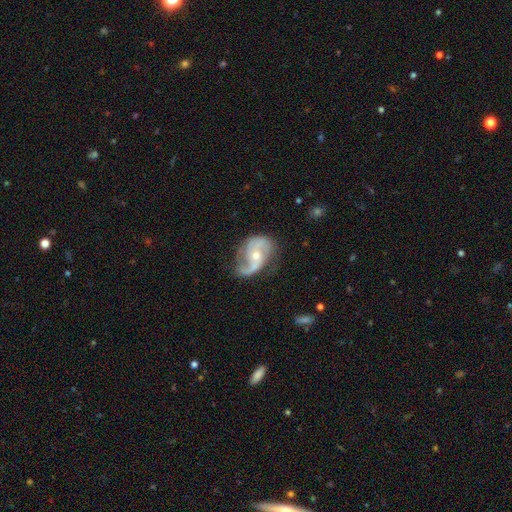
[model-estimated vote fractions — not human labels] Q: Smooth or featured?
A: featured or disk (87%); runner-up: smooth (8%)
Q: Edge-on disk?
A: no (97%); runner-up: yes (3%)
Q: Bar?
A: no (56%); runner-up: weak (33%)
Q: Spiral arms?
A: yes (96%); runner-up: no (4%)
Q: Spiral winding?
A: loose (48%); runner-up: medium (40%)
Q: Spiral arm count?
A: 2 (85%); runner-up: 1 (8%)
Q: Bulge size?
A: moderate (50%); runner-up: small (47%)
Q: Merging?
A: none (61%); runner-up: minor disturbance (23%)